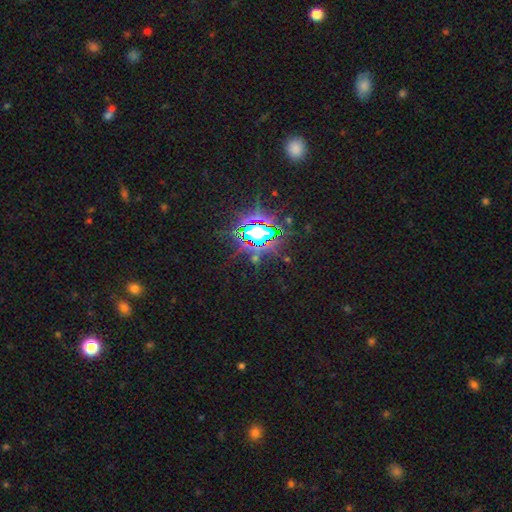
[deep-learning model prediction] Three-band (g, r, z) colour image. It shows a star or artifact, not a galaxy (82%).